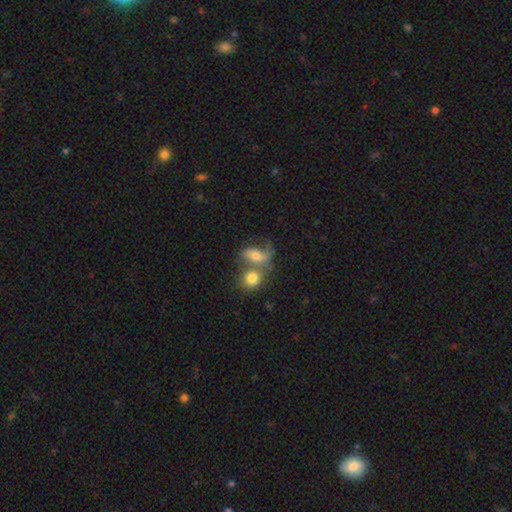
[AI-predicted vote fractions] Smooth or featured?
  - smooth: 50% *
  - featured or disk: 40%
  - star or artifact: 10%
Merging?
  - merger: 57% *
  - none: 21%
  - major disturbance: 12%
  - minor disturbance: 11%